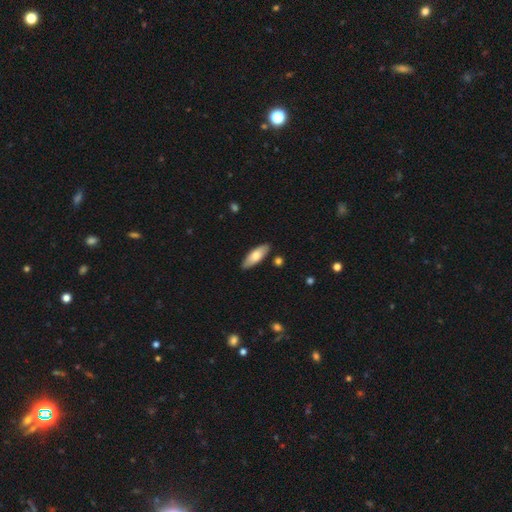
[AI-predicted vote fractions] Smooth or featured?
  - smooth: 72% *
  - featured or disk: 23%
  - star or artifact: 6%
How rounded?
  - in between: 65% *
  - cigar-shaped: 33%
  - round: 2%
Merging?
  - none: 87% *
  - minor disturbance: 10%
  - merger: 2%
  - major disturbance: 2%